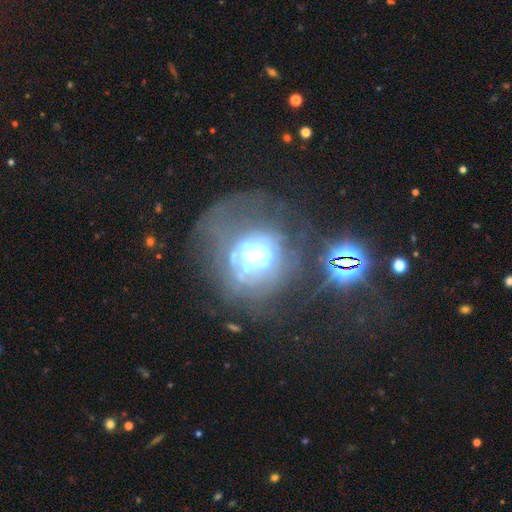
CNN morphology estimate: A featured or disk galaxy (57%) with no bar (68%), no spiral arms (79%) and a large central bulge (40%).

Vote fractions:
- Smooth or featured? featured or disk: 57% / smooth: 21% / star or artifact: 21%
- Edge-on disk? no: 93% / yes: 7%
- Bar? no: 68% / strong: 20% / weak: 13%
- Spiral arms? no: 79% / yes: 21%
- Bulge size? large: 40% / dominant: 36% / moderate: 15% / none: 6% / small: 4%
- Merging? major disturbance: 45% / none: 29% / minor disturbance: 15% / merger: 11%